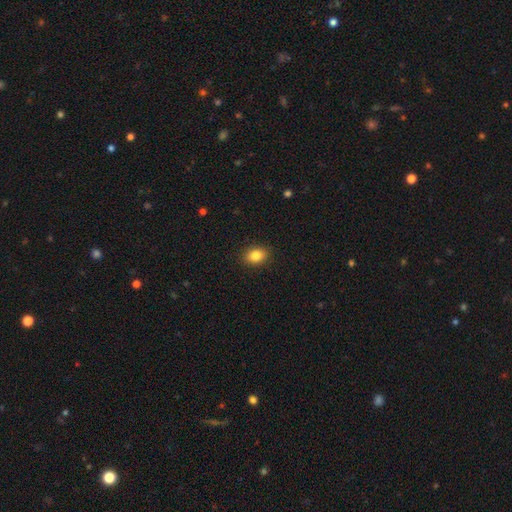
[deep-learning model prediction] Smooth or featured?
  - smooth: 85% *
  - star or artifact: 9%
  - featured or disk: 6%
How rounded?
  - in between: 68% *
  - round: 31%
  - cigar-shaped: 1%
Merging?
  - none: 90% *
  - minor disturbance: 7%
  - major disturbance: 2%
  - merger: 1%